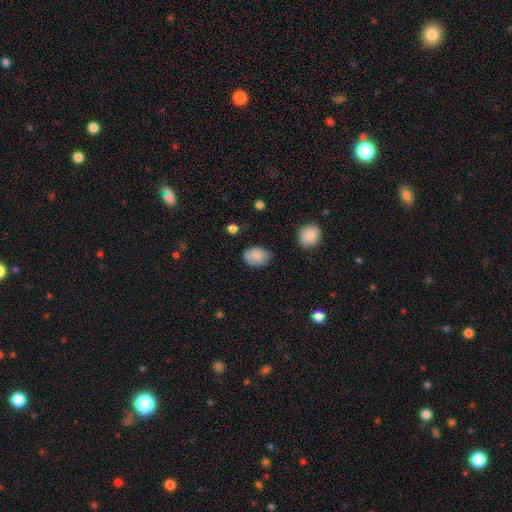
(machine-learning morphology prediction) Smooth or featured?
  - smooth: 85% *
  - star or artifact: 8%
  - featured or disk: 8%
How rounded?
  - in between: 78% *
  - round: 21%
  - cigar-shaped: 1%
Merging?
  - none: 72% *
  - minor disturbance: 21%
  - major disturbance: 4%
  - merger: 2%